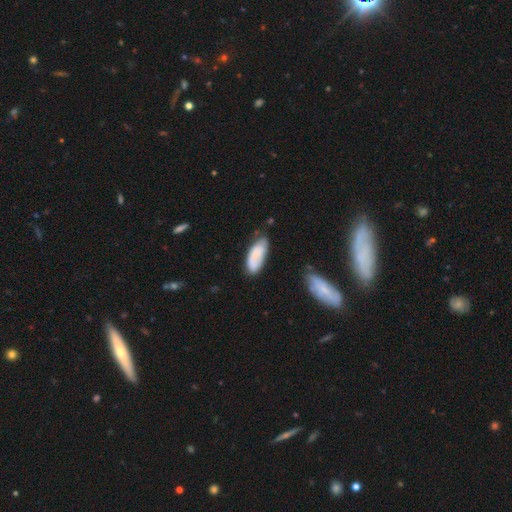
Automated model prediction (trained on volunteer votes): smooth 70%, featured or disk 23%, star or artifact 7%. Down the decision tree: how rounded — in between (82%); merging — none (56%).